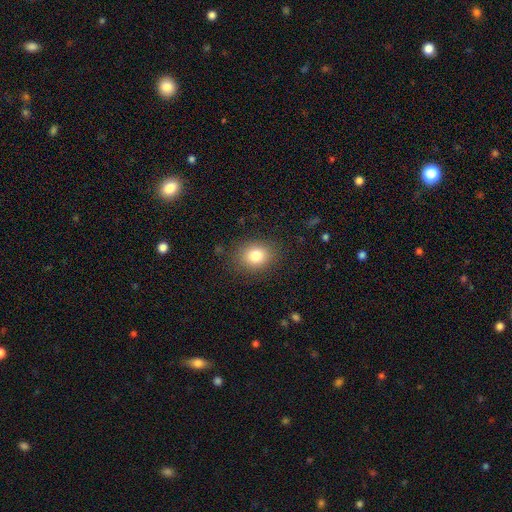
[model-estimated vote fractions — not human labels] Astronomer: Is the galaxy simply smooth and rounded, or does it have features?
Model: smooth — 81%.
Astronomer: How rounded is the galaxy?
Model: round — 55% (runner-up: in between, 44%).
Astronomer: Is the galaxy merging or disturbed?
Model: none — 86%.